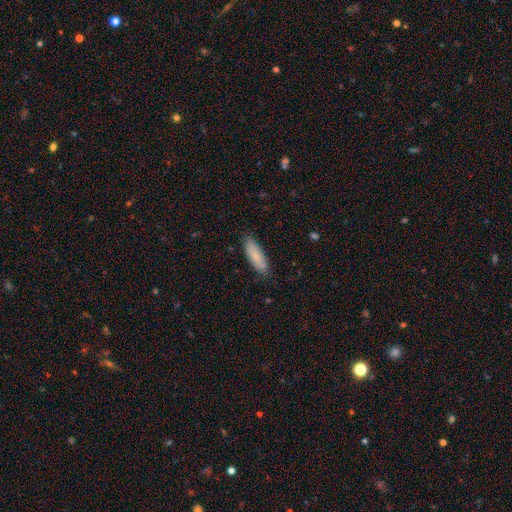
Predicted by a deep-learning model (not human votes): A smooth galaxy with no disk features (83%) that is cigar-shaped (52%). Merging: none (84%).